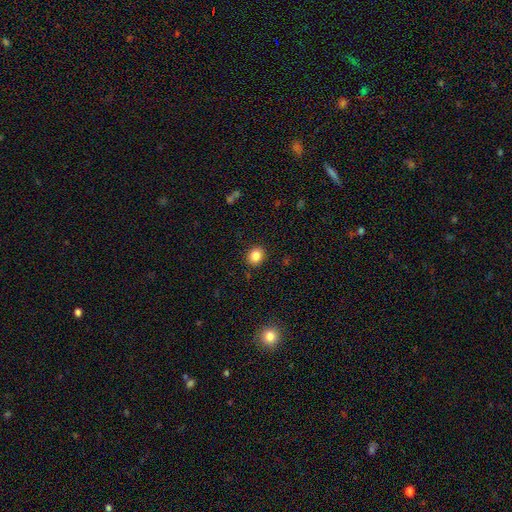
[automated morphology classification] The model was most divided on "how rounded": round: 69%, in between: 30%, cigar-shaped: 1%. More confident: merging — none (89%); smooth or featured — smooth (84%).